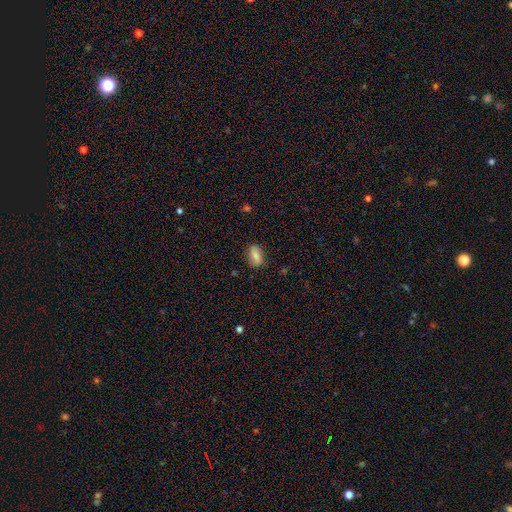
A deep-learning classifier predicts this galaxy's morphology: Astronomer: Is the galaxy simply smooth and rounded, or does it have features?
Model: smooth — 72%.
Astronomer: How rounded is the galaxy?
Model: in between — 88%.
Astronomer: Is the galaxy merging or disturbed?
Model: none — 81%.